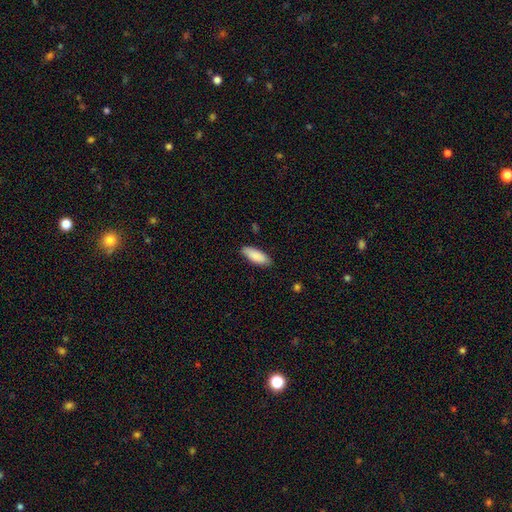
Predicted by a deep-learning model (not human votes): Morphology: type=smooth (89%); roundness=in between (70%); merging=none (85%).